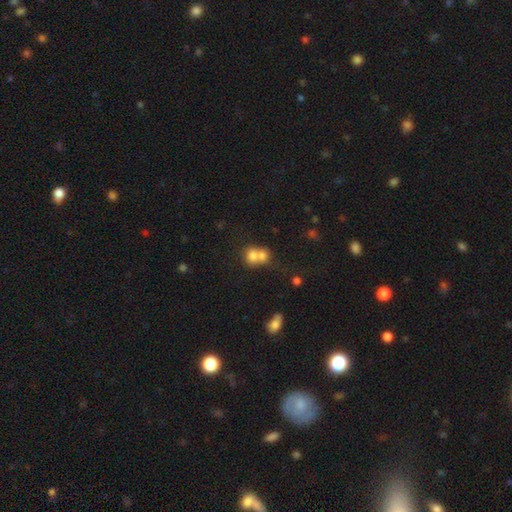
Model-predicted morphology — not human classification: type=smooth (73%); roundness=round (68%); merging=merger (67%).